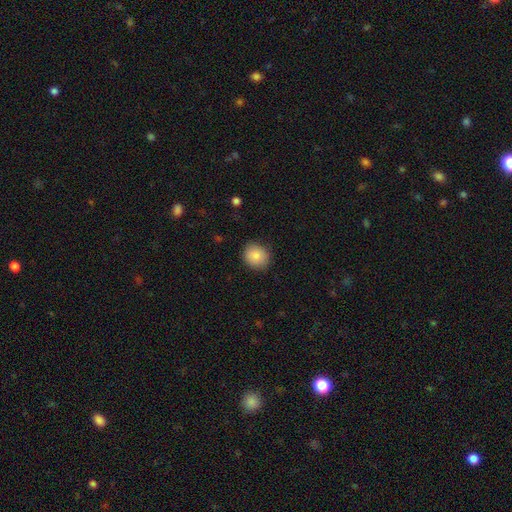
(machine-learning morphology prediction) Smooth or featured: smooth — 85% (star or artifact — 8%)
How rounded: round — 78% (in between — 21%)
Merging: none — 86% (minor disturbance — 10%)